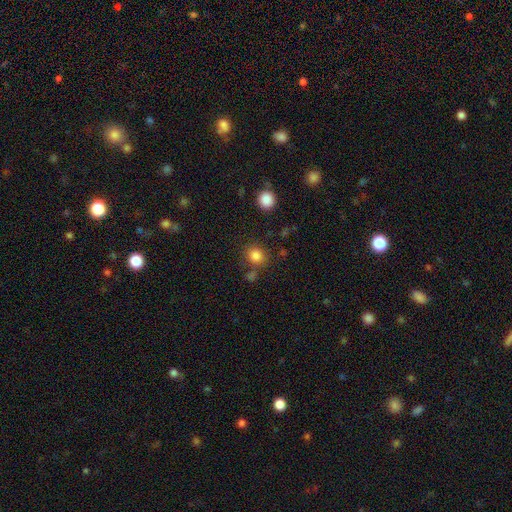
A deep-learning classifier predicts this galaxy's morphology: A smooth galaxy with no disk features (83%) that is round (83%).

Vote fractions:
- Smooth or featured? smooth: 83% / star or artifact: 12% / featured or disk: 5%
- How rounded? round: 83% / in between: 16% / cigar-shaped: 1%
- Merging? none: 77% / minor disturbance: 11% / merger: 8% / major disturbance: 4%